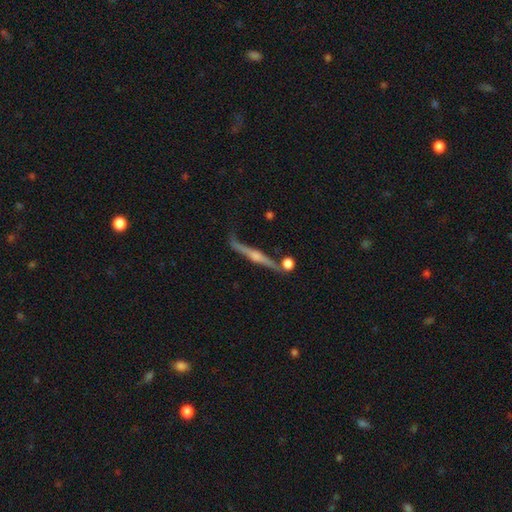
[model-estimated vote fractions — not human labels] Smooth or featured?
  - featured or disk: 80% *
  - smooth: 13%
  - star or artifact: 7%
Edge-on disk?
  - yes: 95% *
  - no: 5%
Edge-on bulge?
  - rounded: 82% *
  - none: 9%
  - boxy: 9%
Merging?
  - none: 69% *
  - minor disturbance: 17%
  - merger: 9%
  - major disturbance: 6%